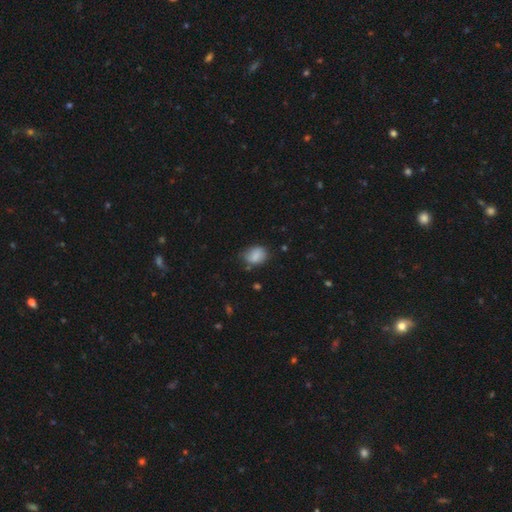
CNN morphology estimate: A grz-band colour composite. It shows a smooth galaxy with no disk features (84%) that is in between round and cigar-shaped (67%). Merging: none (62%).